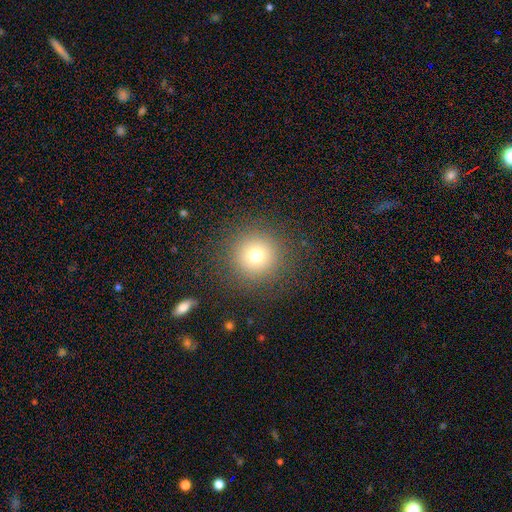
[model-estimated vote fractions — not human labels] smooth 73%, star or artifact 17%, featured or disk 11%. Down the decision tree: how rounded — round (96%); merging — none (89%).